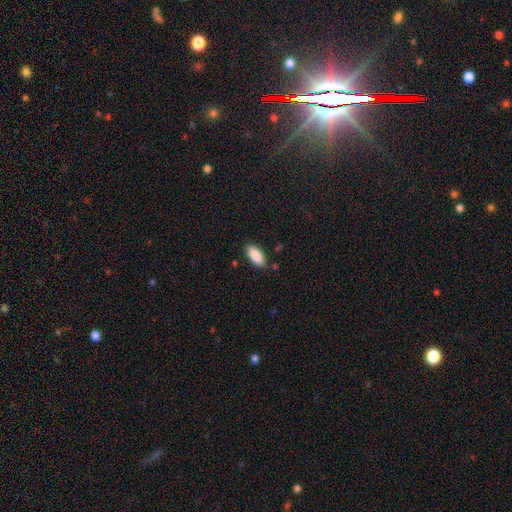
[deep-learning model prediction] The model was most divided on "merging": none: 85%, minor disturbance: 11%, major disturbance: 2%, merger: 2%. More confident: smooth or featured — smooth (89%); how rounded — in between (88%).